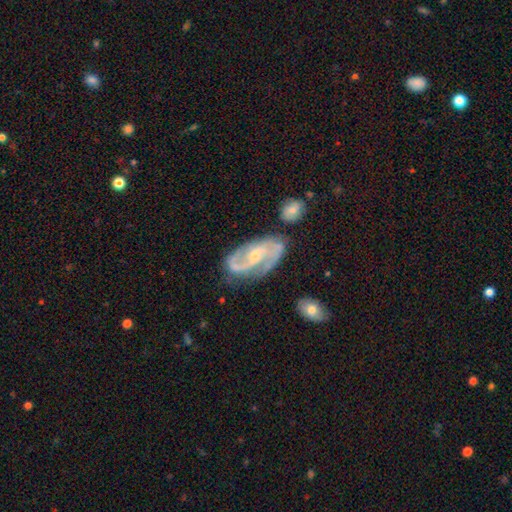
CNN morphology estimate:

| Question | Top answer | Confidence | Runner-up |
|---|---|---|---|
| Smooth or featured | featured or disk | 88% | smooth (7%) |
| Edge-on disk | no | 96% | yes (4%) |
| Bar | weak | 45% | no (33%) |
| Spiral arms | yes | 96% | no (4%) |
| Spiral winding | medium | 51% | loose (27%) |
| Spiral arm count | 2 | 86% | can't tell (5%) |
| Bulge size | small | 58% | moderate (37%) |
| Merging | none | 65% | minor disturbance (20%) |